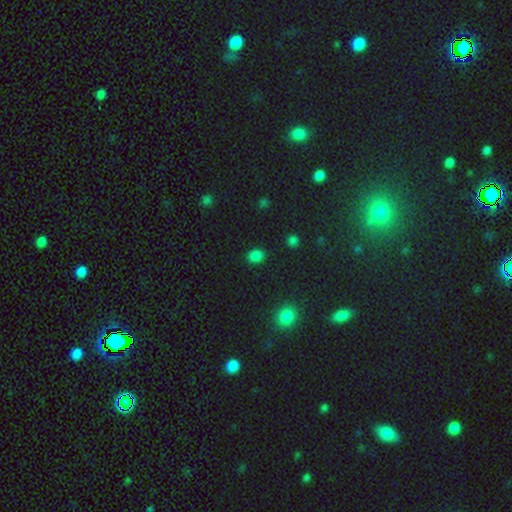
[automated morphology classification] Q: Smooth or featured?
A: smooth (79%); runner-up: star or artifact (17%)
Q: How rounded?
A: in between (58%); runner-up: round (41%)
Q: Merging?
A: none (86%); runner-up: minor disturbance (10%)